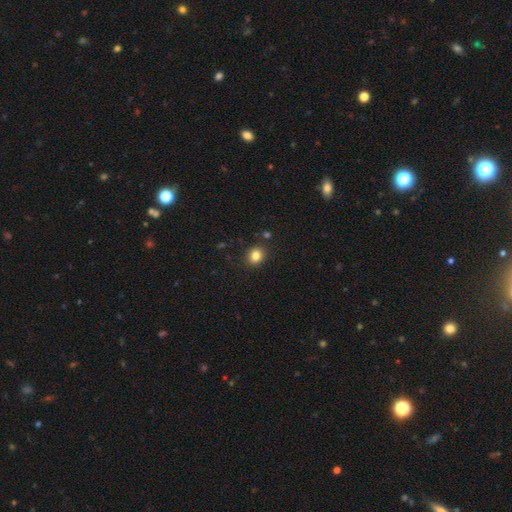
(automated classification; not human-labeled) Smooth or featured? smooth (84%)
How rounded? round (66%)
Merging? none (87%)